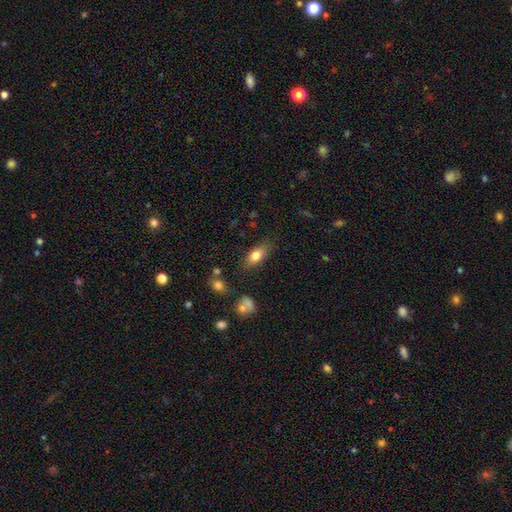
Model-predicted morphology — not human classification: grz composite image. It shows a smooth galaxy with no disk features (76%) that is in between round and cigar-shaped (79%). Merging: none (78%).